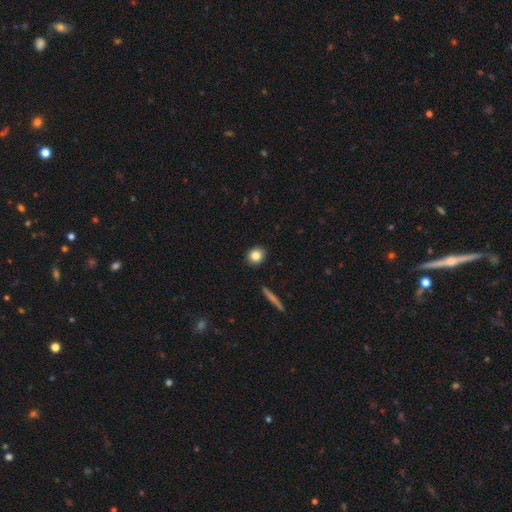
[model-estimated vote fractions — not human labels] smooth-or-featured: smooth: 83% | star or artifact: 9% | featured or disk: 8%
  how-rounded: round: 77% | in between: 21% | cigar-shaped: 2%
  merging: none: 91% | minor disturbance: 6% | major disturbance: 2% | merger: 1%